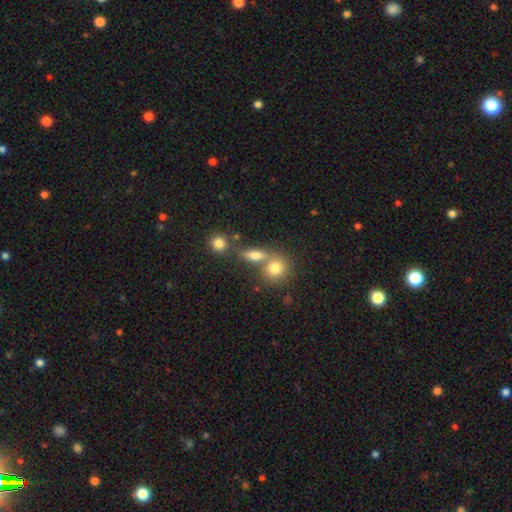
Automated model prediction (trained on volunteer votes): Overall: smooth (68%). How rounded: round (53%; in between 40%). Merging: none (45%; merger 42%).